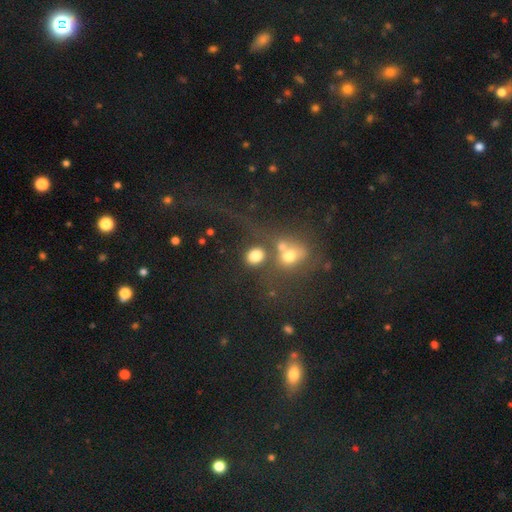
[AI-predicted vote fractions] smooth 75%, star or artifact 14%, featured or disk 11%. Down the decision tree: how rounded — round (67%); merging — none (49%).